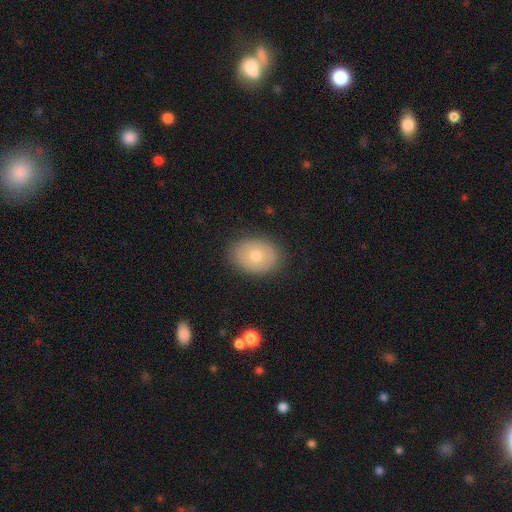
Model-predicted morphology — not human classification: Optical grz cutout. It shows a smooth galaxy with no disk features (64%) that is in between round and cigar-shaped (72%). Merging: none (86%).